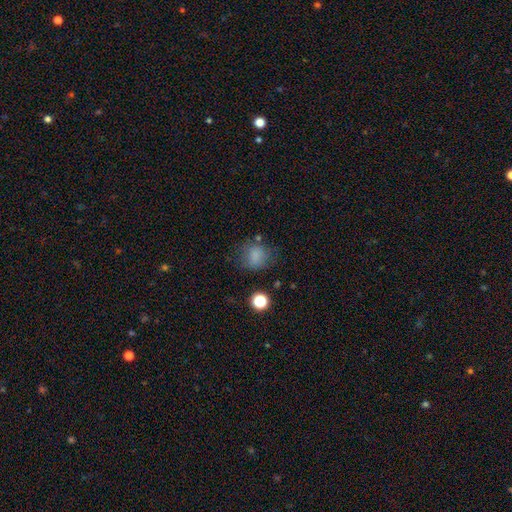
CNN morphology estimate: smooth 79%, star or artifact 13%, featured or disk 7%. Down the decision tree: how rounded — round (75%); merging — none (68%).